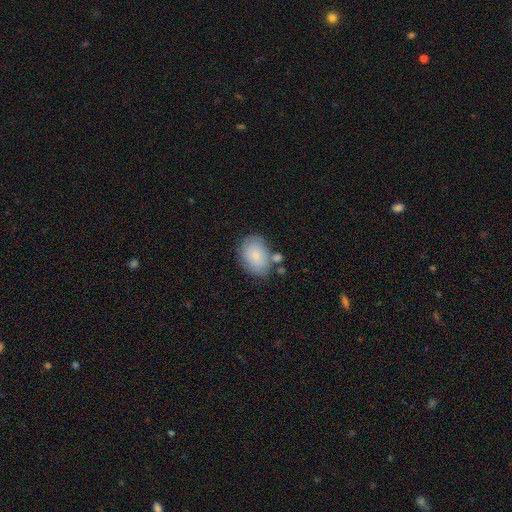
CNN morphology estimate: smooth-or-featured: smooth: 76% | featured or disk: 17% | star or artifact: 7%
  how-rounded: in between: 77% | round: 22% | cigar-shaped: 1%
  merging: none: 65% | minor disturbance: 19% | merger: 10% | major disturbance: 6%